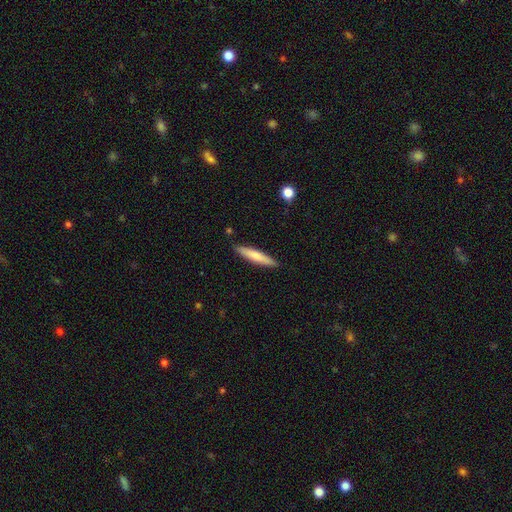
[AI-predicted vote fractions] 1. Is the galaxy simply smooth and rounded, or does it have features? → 70% smooth, 24% featured or disk, 5% star or artifact.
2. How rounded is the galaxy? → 89% cigar-shaped, 10% in between, 1% round.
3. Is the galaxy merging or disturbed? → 88% none, 9% minor disturbance, 2% major disturbance, 1% merger.